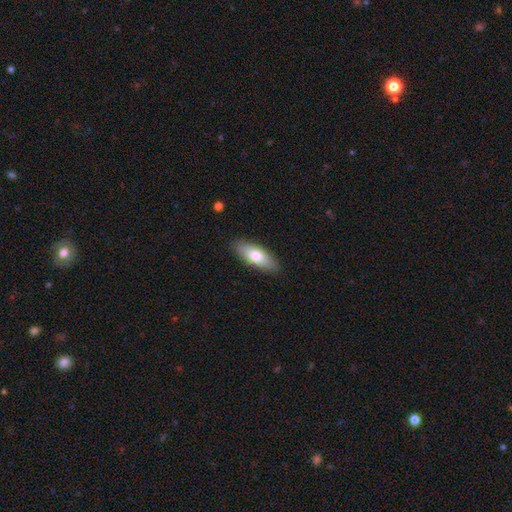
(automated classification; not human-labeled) This appears to be a smooth galaxy with no disk features (74%) that is in between round and cigar-shaped (74%). Merging: none (88%).